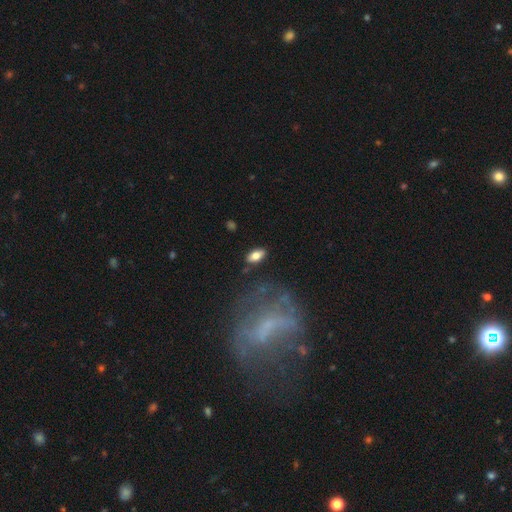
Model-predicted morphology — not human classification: Smooth or featured: smooth — 77% (featured or disk — 16%)
How rounded: in between — 89% (cigar-shaped — 7%)
Merging: none — 84% (minor disturbance — 10%)